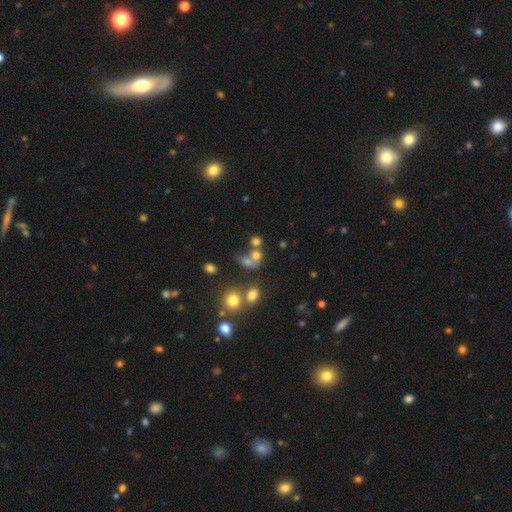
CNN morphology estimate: Overall: smooth (65%). How rounded: round (64%; in between 34%). Merging: merger (44%; none 36%).